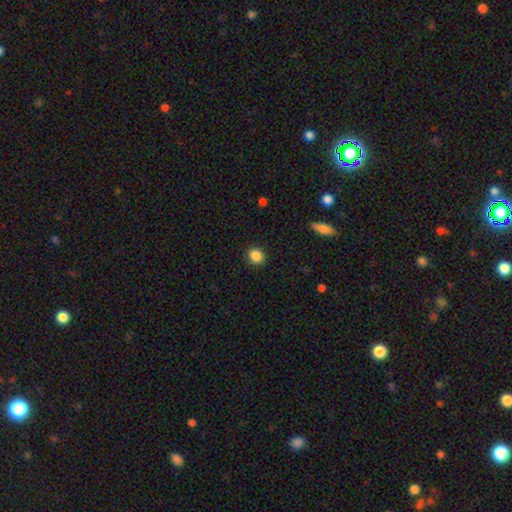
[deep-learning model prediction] Smooth or featured? smooth (86%)
How rounded? round (83%)
Merging? none (91%)